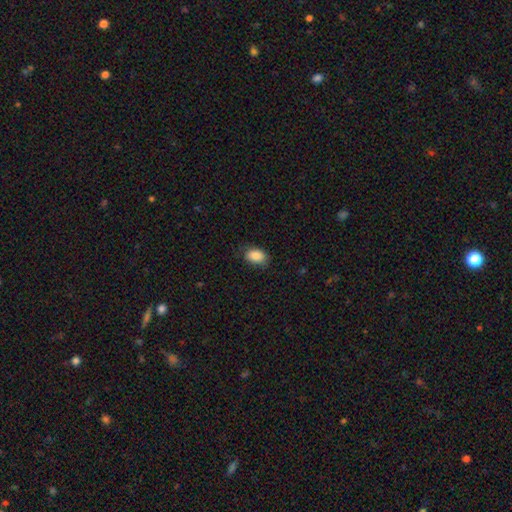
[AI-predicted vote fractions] Morphology: type=smooth (88%); roundness=in between (87%); merging=none (77%).